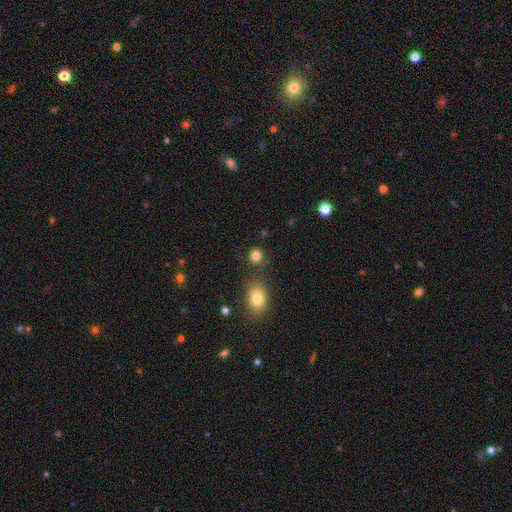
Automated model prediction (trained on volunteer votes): Smooth or featured?
  - smooth: 83% *
  - star or artifact: 12%
  - featured or disk: 5%
How rounded?
  - round: 81% *
  - in between: 18%
  - cigar-shaped: 1%
Merging?
  - none: 79% *
  - minor disturbance: 11%
  - merger: 7%
  - major disturbance: 4%